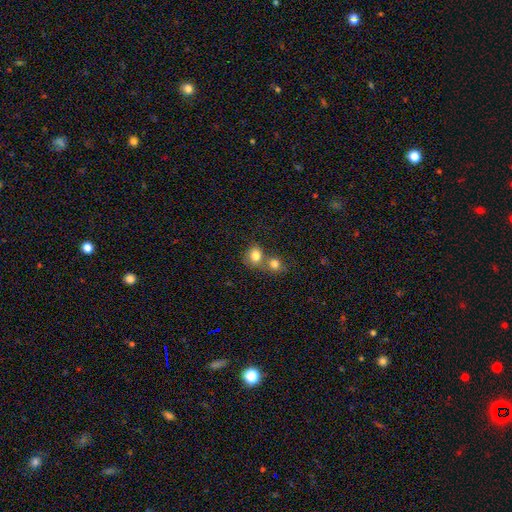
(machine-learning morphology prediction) Smooth or featured? smooth (81%)
How rounded? round (75%)
Merging? merger (47%)